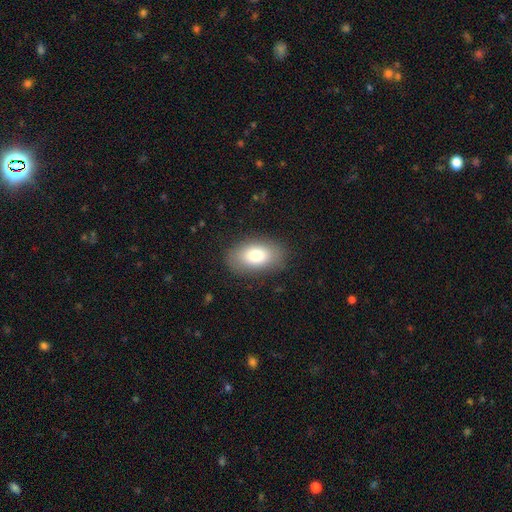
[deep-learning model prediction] A smooth galaxy with no disk features (79%) that is in between round and cigar-shaped (92%).

Vote fractions:
- Smooth or featured? smooth: 79% / featured or disk: 13% / star or artifact: 8%
- How rounded? in between: 92% / round: 7% / cigar-shaped: 2%
- Merging? none: 84% / minor disturbance: 11% / major disturbance: 4% / merger: 1%